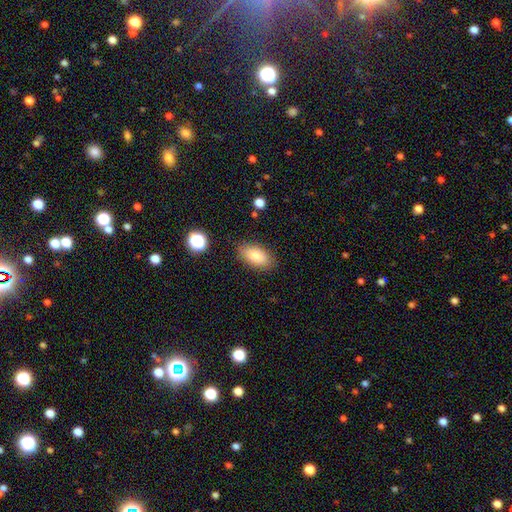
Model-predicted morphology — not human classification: Smooth or featured? Predicted: smooth (p=0.83). How rounded? Predicted: in between (p=0.91). Merging? Predicted: none (p=0.85).